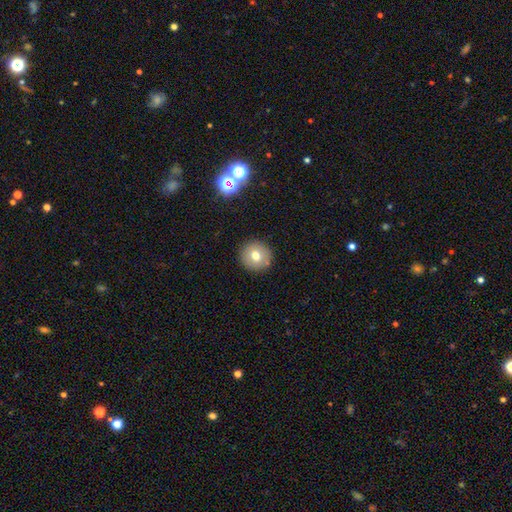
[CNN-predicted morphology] smooth 72%, featured or disk 16%, star or artifact 12%. Down the decision tree: how rounded — round (95%); merging — none (90%).